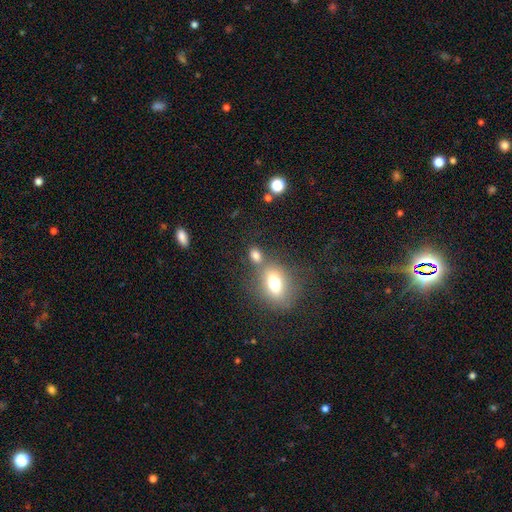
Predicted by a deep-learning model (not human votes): Smooth or featured?
  - smooth: 77% *
  - star or artifact: 14%
  - featured or disk: 9%
How rounded?
  - in between: 65% *
  - round: 31%
  - cigar-shaped: 3%
Merging?
  - none: 56% *
  - merger: 27%
  - minor disturbance: 12%
  - major disturbance: 6%